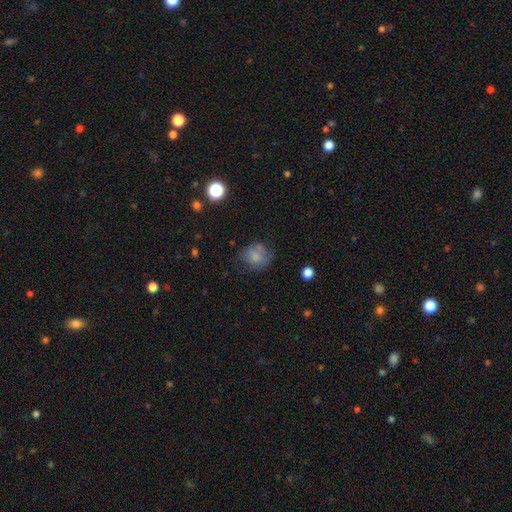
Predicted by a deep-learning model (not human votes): This is likely a smooth galaxy (70%). How rounded: likely round (71%). Merging: possibly none (51%).